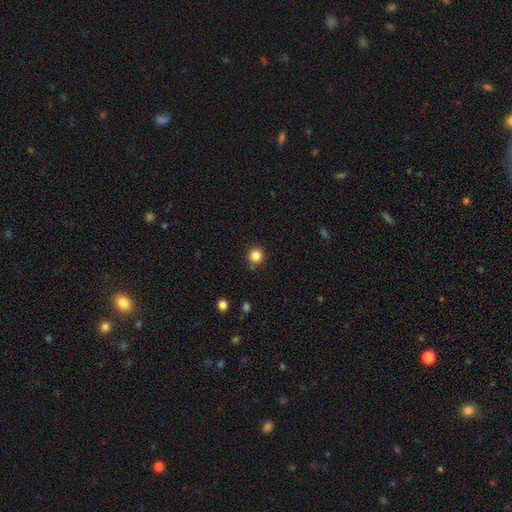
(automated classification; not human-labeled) Q: Smooth or featured?
A: smooth (85%); runner-up: star or artifact (11%)
Q: How rounded?
A: round (94%); runner-up: in between (5%)
Q: Merging?
A: none (85%); runner-up: minor disturbance (9%)